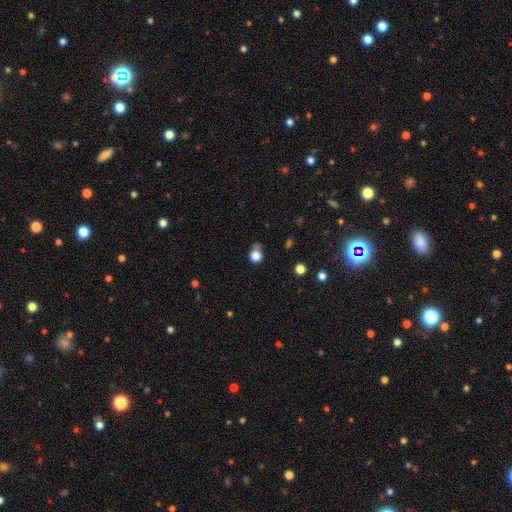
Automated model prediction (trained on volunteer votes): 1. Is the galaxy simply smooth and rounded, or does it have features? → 82% smooth, 12% star or artifact, 6% featured or disk.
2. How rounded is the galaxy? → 81% round, 18% in between, 1% cigar-shaped.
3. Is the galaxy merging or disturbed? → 49% none, 33% minor disturbance, 13% major disturbance, 5% merger.